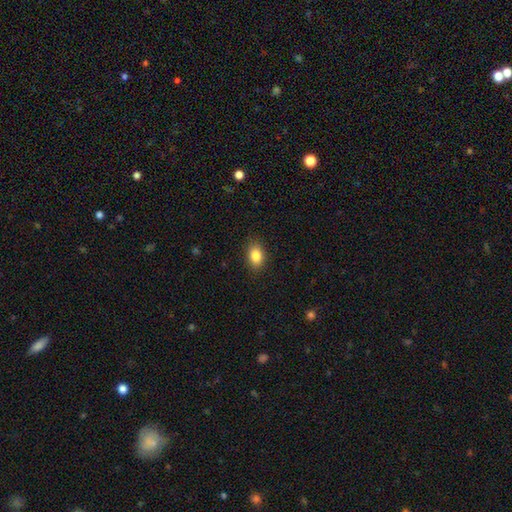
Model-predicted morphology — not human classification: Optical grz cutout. It shows a smooth galaxy with no disk features (86%) that is in between round and cigar-shaped (80%). Merging: none (88%).